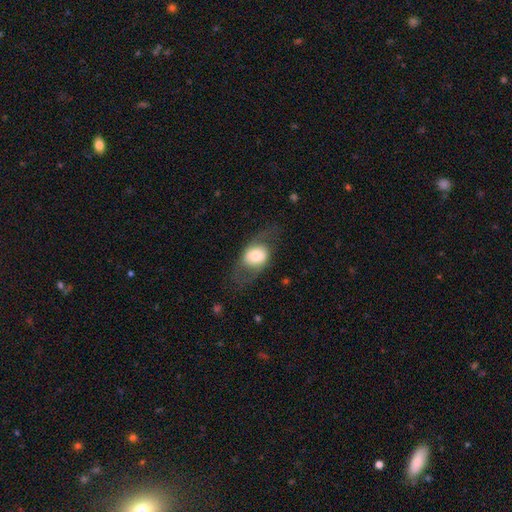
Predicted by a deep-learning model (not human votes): Overall: smooth (51%; featured or disk 42%). How rounded: in between (57%; round 40%). Merging: none (68%).